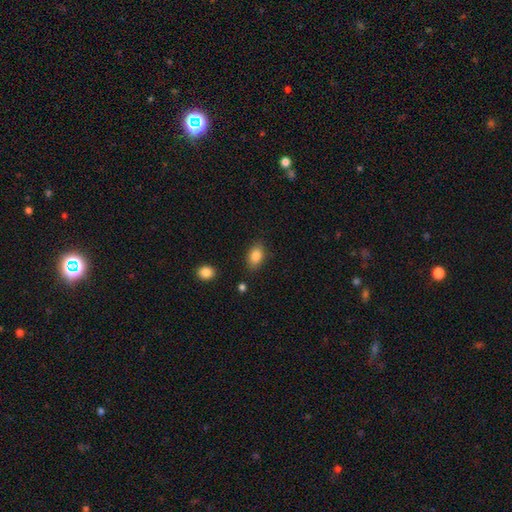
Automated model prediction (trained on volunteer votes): The model was most divided on "merging": none: 83%, minor disturbance: 12%, major disturbance: 3%, merger: 2%. More confident: how rounded — in between (86%); smooth or featured — smooth (86%).